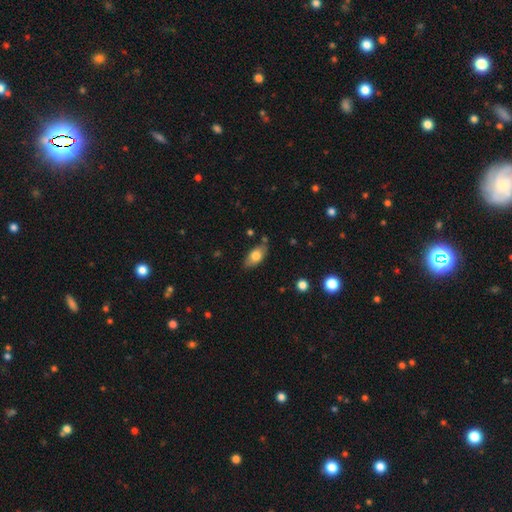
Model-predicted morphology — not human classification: type=smooth (75%); roundness=in between (91%); merging=none (74%).